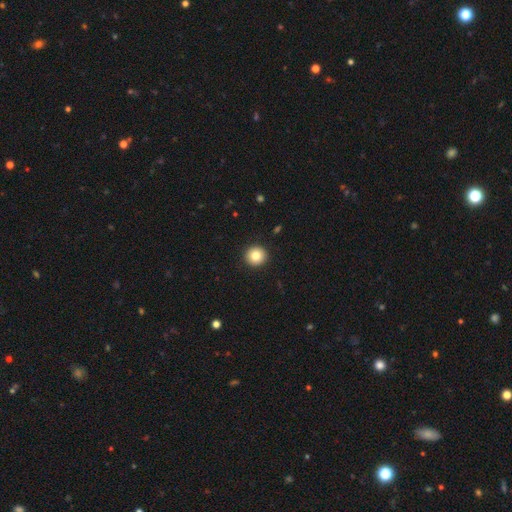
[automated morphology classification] smooth-or-featured: smooth: 83% | star or artifact: 10% | featured or disk: 8%
  how-rounded: round: 95% | in between: 4% | cigar-shaped: 1%
  merging: none: 93% | minor disturbance: 4% | major disturbance: 1% | merger: 1%